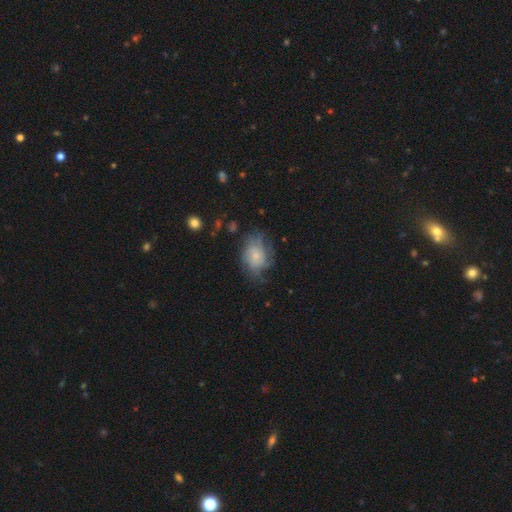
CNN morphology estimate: A featured or disk galaxy (51%). Merging: none (53%).